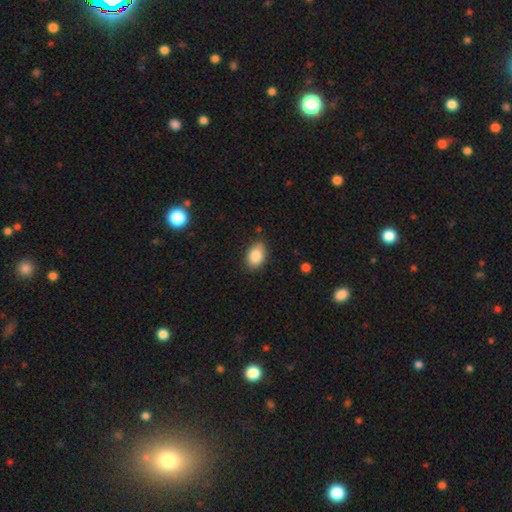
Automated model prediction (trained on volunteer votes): smooth_or_featured: smooth (p=0.86) [alt: star or artifact p=0.07]
how_rounded: in between (p=0.85) [alt: round p=0.14]
merging: none (p=0.81) [alt: minor disturbance p=0.15]